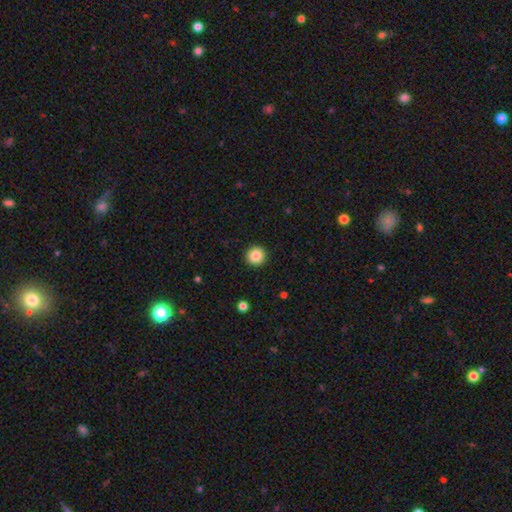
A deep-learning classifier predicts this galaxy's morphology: smooth_or_featured: smooth (p=0.85) [alt: star or artifact p=0.10]
how_rounded: round (p=0.95) [alt: in between p=0.04]
merging: none (p=0.93) [alt: minor disturbance p=0.05]